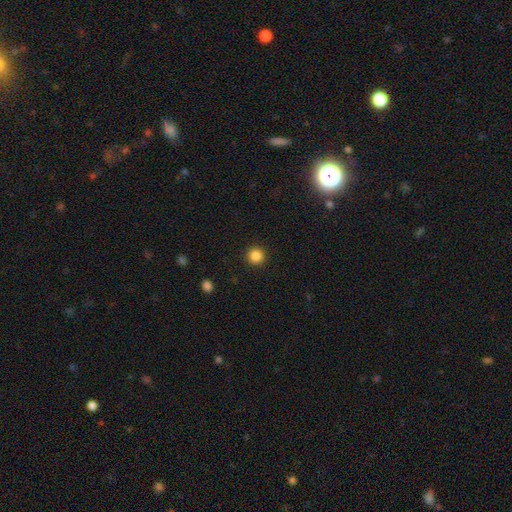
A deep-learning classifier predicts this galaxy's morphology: Overall: smooth (86%). How rounded: round (95%). Merging: none (92%).